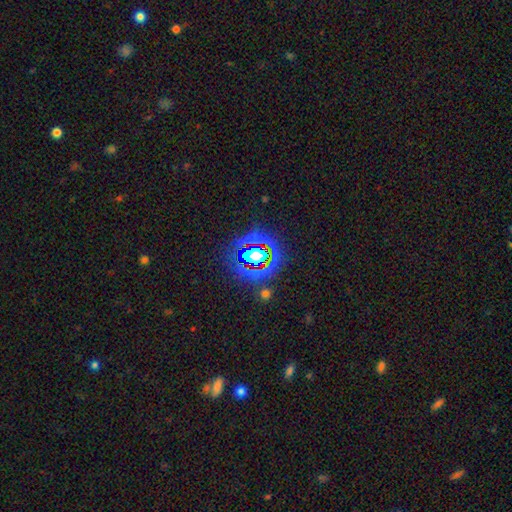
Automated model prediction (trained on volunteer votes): A star or artifact, not a galaxy (68%).

Vote fractions:
- Smooth or featured? star or artifact: 68% / smooth: 20% / featured or disk: 12%